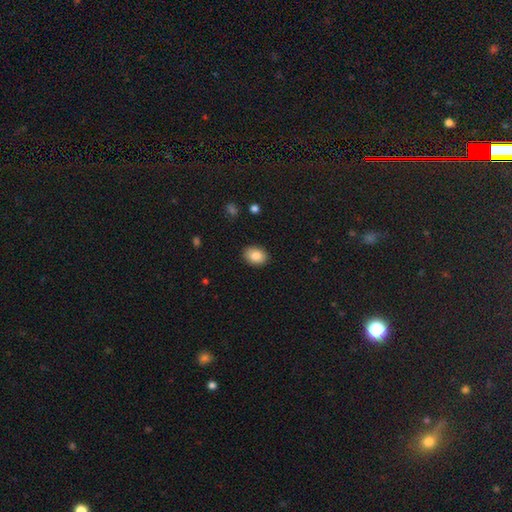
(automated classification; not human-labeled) Smooth or featured: smooth — 85% (star or artifact — 8%)
How rounded: in between — 72% (round — 27%)
Merging: none — 89% (minor disturbance — 8%)